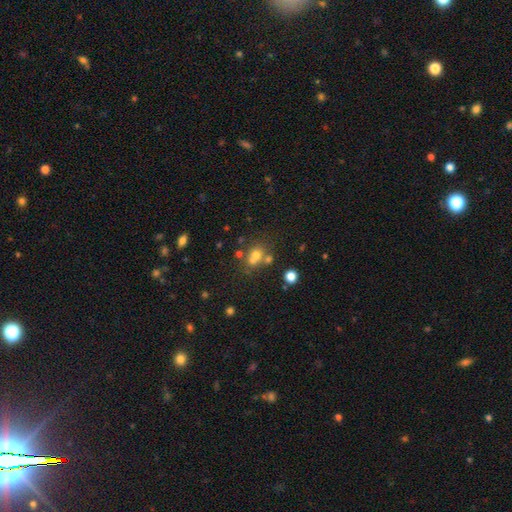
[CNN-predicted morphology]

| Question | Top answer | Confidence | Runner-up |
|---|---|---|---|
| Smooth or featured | smooth | 63% | star or artifact (20%) |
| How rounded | round | 66% | in between (33%) |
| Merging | none | 45% | merger (38%) |